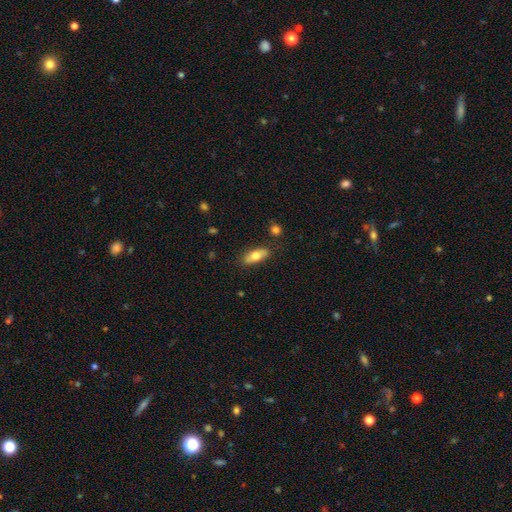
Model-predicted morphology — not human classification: Q: Smooth or featured?
A: smooth (70%); runner-up: featured or disk (23%)
Q: How rounded?
A: in between (78%); runner-up: cigar-shaped (19%)
Q: Merging?
A: none (82%); runner-up: minor disturbance (13%)